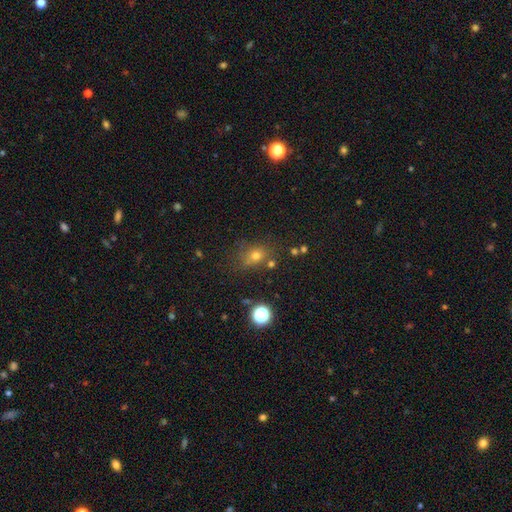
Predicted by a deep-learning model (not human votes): Smooth or featured?
  - smooth: 63% *
  - star or artifact: 25%
  - featured or disk: 11%
How rounded?
  - round: 57% *
  - in between: 41%
  - cigar-shaped: 2%
Merging?
  - none: 68% *
  - minor disturbance: 18%
  - major disturbance: 8%
  - merger: 7%